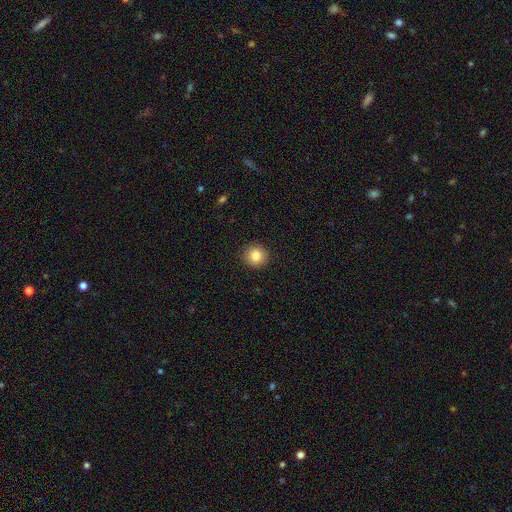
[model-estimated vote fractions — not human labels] Smooth or featured?
  - smooth: 85% *
  - star or artifact: 10%
  - featured or disk: 6%
How rounded?
  - round: 93% *
  - in between: 6%
  - cigar-shaped: 1%
Merging?
  - none: 92% *
  - minor disturbance: 6%
  - major disturbance: 2%
  - merger: 1%